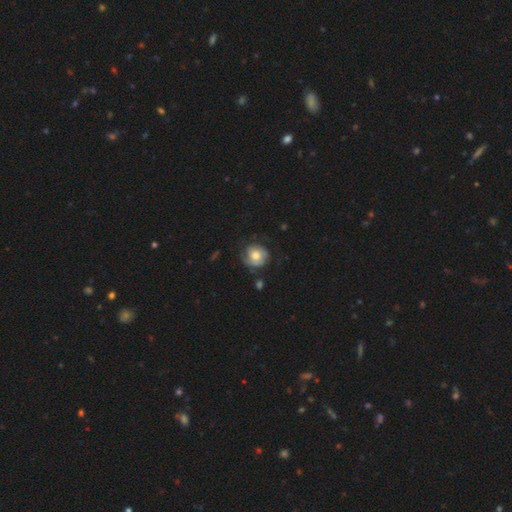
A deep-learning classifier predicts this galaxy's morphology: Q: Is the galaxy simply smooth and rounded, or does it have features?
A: featured or disk — 49%.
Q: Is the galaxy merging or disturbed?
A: none — 66%.